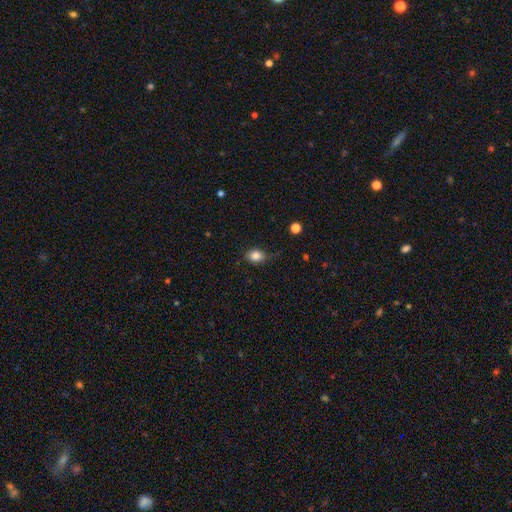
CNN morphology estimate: This is clearly a smooth galaxy (83%). How rounded: likely in between (62%). Merging: likely none (70%).